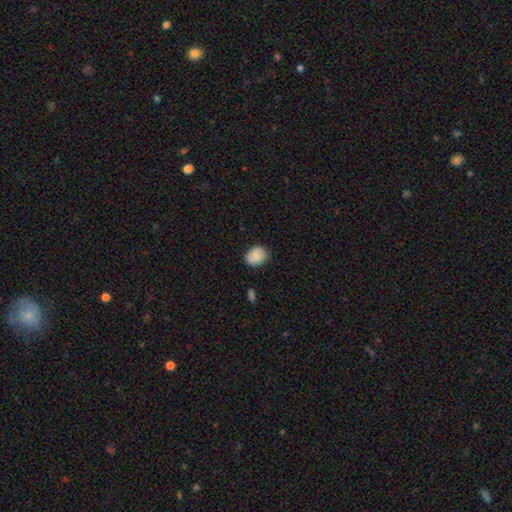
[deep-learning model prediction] smooth 78%, featured or disk 14%, star or artifact 8%. Down the decision tree: how rounded — in between (53%); merging — none (80%).